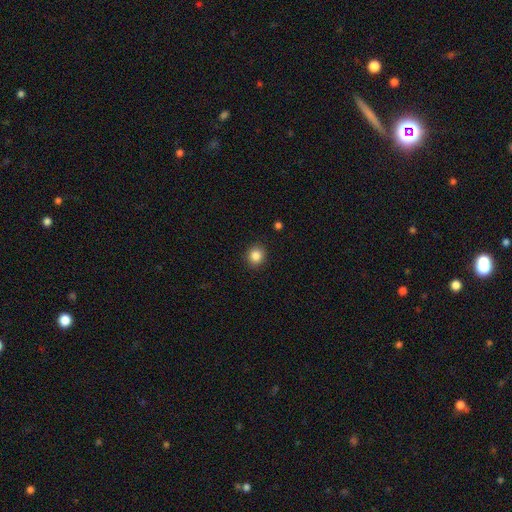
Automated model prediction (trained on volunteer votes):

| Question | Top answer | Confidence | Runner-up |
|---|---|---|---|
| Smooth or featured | smooth | 85% | star or artifact (10%) |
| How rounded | round | 82% | in between (17%) |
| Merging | none | 90% | minor disturbance (6%) |